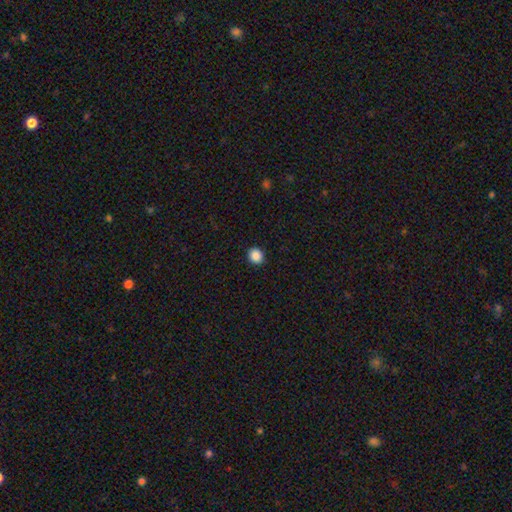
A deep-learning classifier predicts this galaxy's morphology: This is clearly a smooth galaxy (88%). How rounded: clearly round (81%). Merging: clearly none (92%).